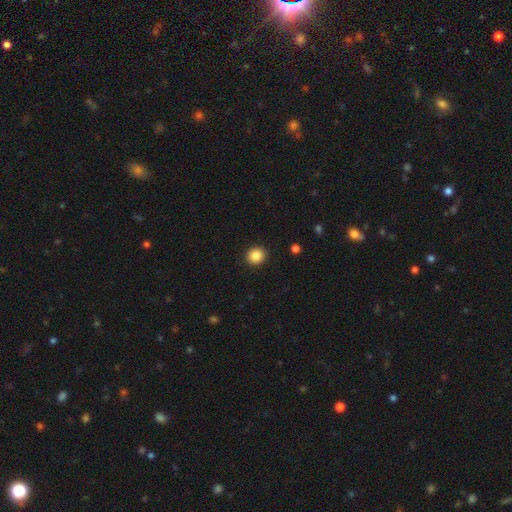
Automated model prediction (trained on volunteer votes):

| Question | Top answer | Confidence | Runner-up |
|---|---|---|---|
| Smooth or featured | smooth | 88% | star or artifact (9%) |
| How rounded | round | 86% | in between (13%) |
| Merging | none | 92% | minor disturbance (5%) |